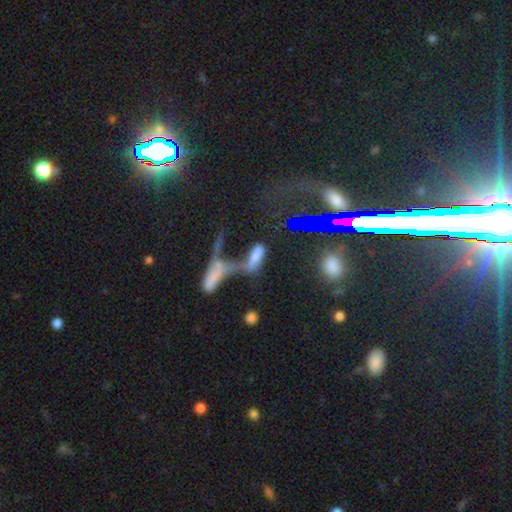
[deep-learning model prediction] Smooth or featured? Predicted: smooth (p=0.53). How rounded? Predicted: in between (p=0.61). Merging? Predicted: merger (p=0.65).